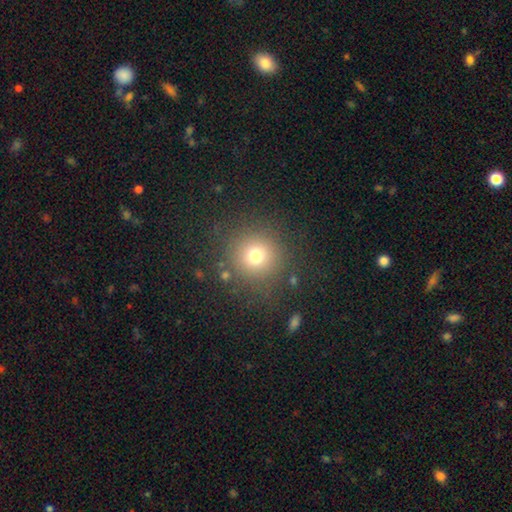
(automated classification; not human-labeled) Smooth or featured?
  - smooth: 73% *
  - star or artifact: 17%
  - featured or disk: 10%
How rounded?
  - round: 93% *
  - in between: 6%
  - cigar-shaped: 1%
Merging?
  - none: 85% *
  - minor disturbance: 8%
  - major disturbance: 5%
  - merger: 2%